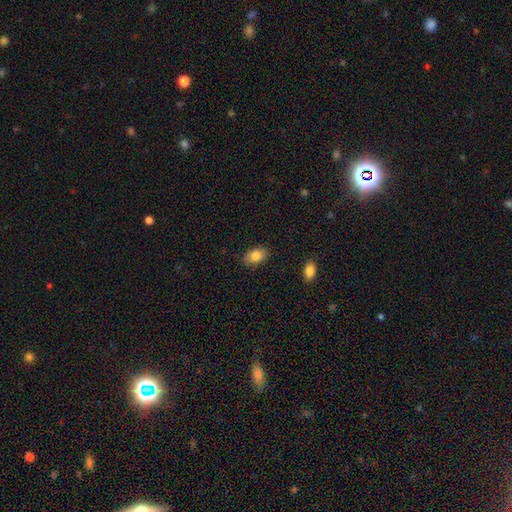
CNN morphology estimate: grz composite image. It shows a smooth galaxy with no disk features (84%) that is in between round and cigar-shaped (88%). Merging: none (85%).